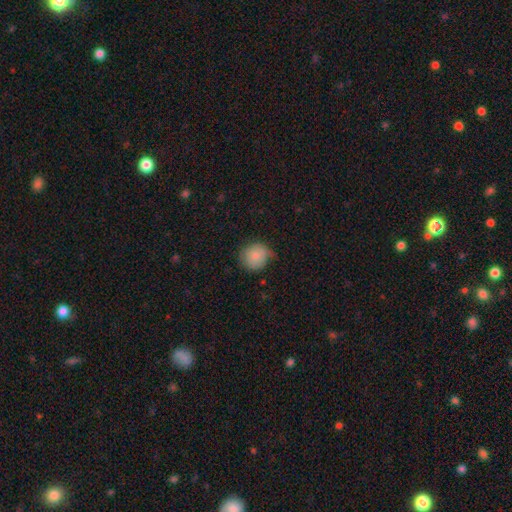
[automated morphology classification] smooth 84%, star or artifact 8%, featured or disk 7%. Down the decision tree: how rounded — round (86%); merging — none (65%).